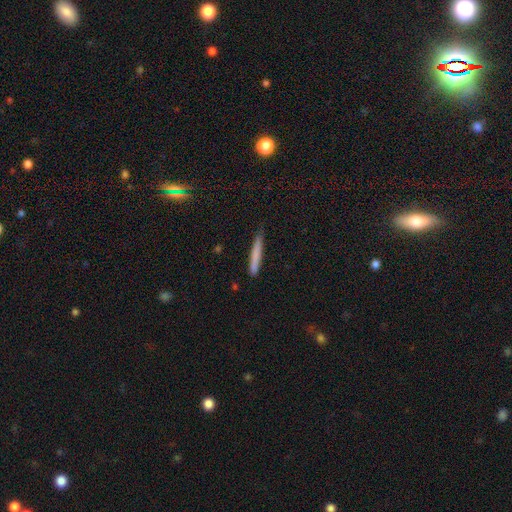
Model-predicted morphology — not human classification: Smooth or featured?
  - smooth: 75% *
  - featured or disk: 19%
  - star or artifact: 7%
How rounded?
  - cigar-shaped: 96% *
  - in between: 3%
  - round: 1%
Merging?
  - none: 79% *
  - minor disturbance: 17%
  - major disturbance: 2%
  - merger: 2%